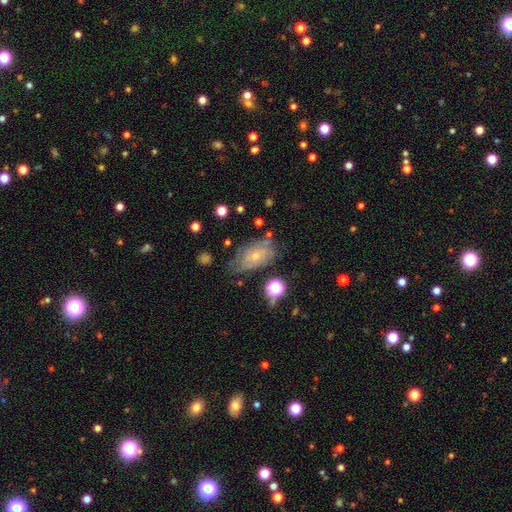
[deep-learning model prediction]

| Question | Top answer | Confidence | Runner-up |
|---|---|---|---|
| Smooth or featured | featured or disk | 47% | smooth (43%) |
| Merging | none | 51% | minor disturbance (31%) |